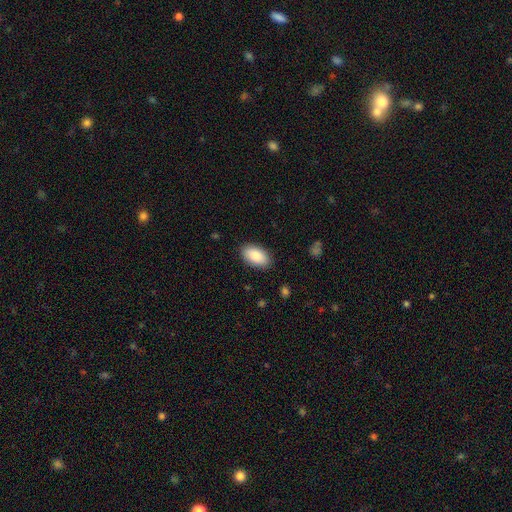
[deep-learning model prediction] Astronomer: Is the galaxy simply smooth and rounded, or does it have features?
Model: smooth — 88%.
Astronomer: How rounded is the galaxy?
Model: in between — 95%.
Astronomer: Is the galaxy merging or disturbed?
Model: none — 88%.